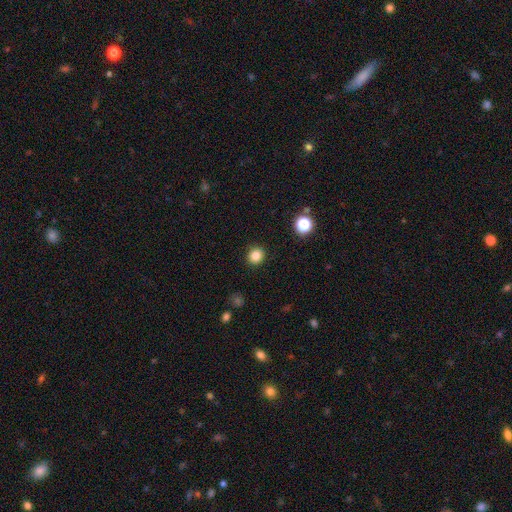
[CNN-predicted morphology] smooth 84%, star or artifact 12%, featured or disk 4%. Down the decision tree: how rounded — round (89%); merging — none (92%).